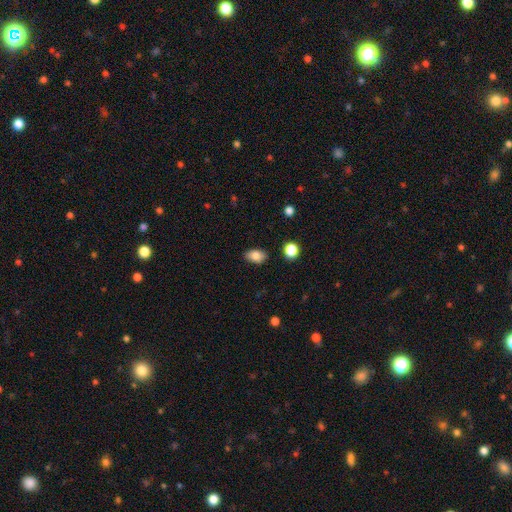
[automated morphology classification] Smooth or featured? smooth (82%)
How rounded? in between (86%)
Merging? none (85%)